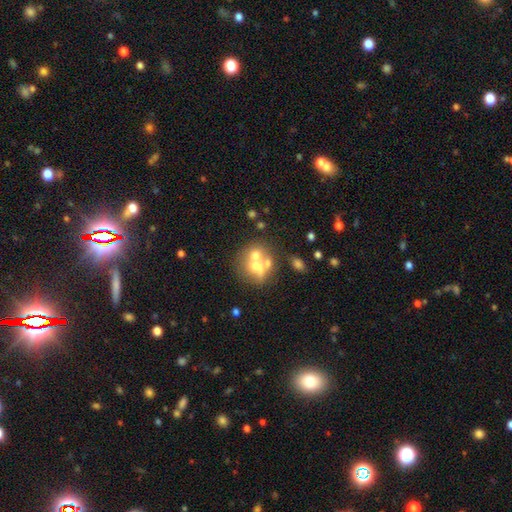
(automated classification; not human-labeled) Smooth or featured?
  - smooth: 50% *
  - featured or disk: 36%
  - star or artifact: 13%
How rounded?
  - round: 70% *
  - in between: 29%
  - cigar-shaped: 1%
Merging?
  - merger: 53% *
  - none: 29%
  - minor disturbance: 10%
  - major disturbance: 8%